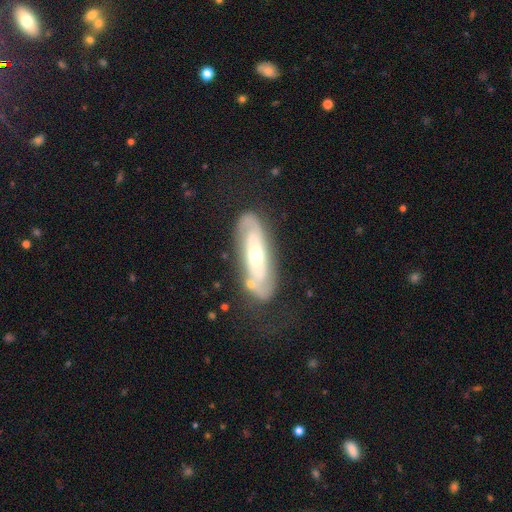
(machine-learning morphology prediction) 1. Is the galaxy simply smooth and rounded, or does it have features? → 74% featured or disk, 21% smooth, 5% star or artifact.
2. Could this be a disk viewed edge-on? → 84% no, 16% yes.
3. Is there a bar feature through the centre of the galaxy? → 64% no, 22% weak, 14% strong.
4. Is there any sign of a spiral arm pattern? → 75% yes, 25% no.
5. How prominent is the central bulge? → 64% moderate, 27% small, 7% large, 1% dominant, 1% none.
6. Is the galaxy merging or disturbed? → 70% none, 17% minor disturbance, 9% major disturbance, 4% merger.